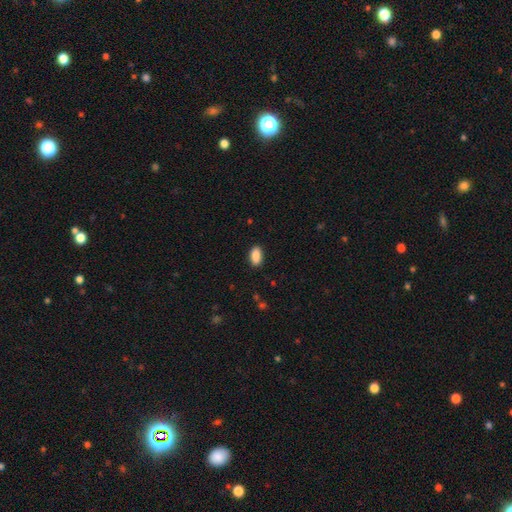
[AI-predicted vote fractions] Smooth or featured? smooth (89%)
How rounded? in between (91%)
Merging? none (89%)